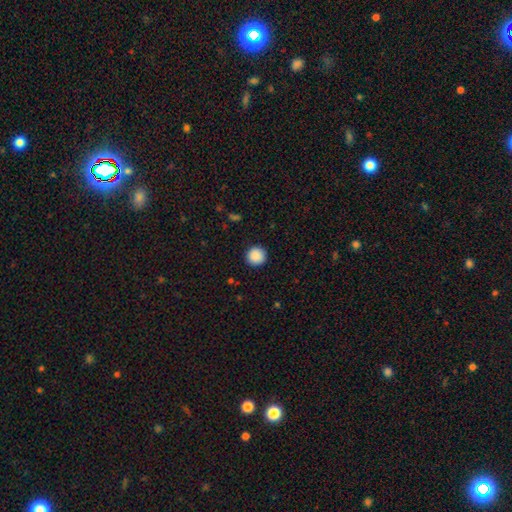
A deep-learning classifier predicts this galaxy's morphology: Smooth or featured? Predicted: smooth (p=0.89). How rounded? Predicted: round (p=0.95). Merging? Predicted: none (p=0.92).